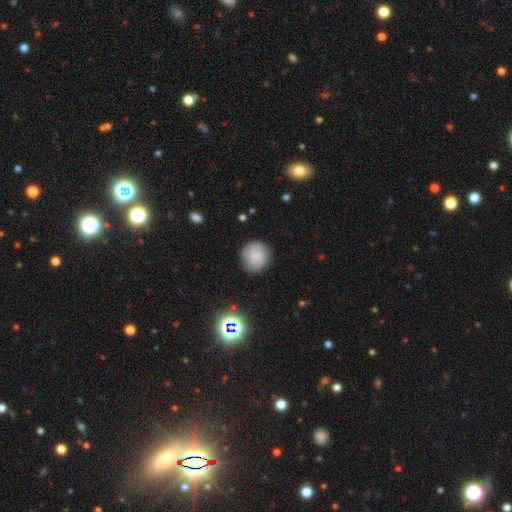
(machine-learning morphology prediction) This appears to be a smooth galaxy with no disk features (73%) that is round (93%). Merging: none (83%).